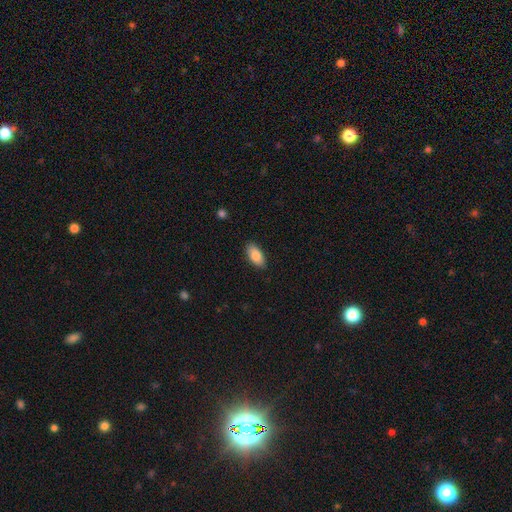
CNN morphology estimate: smooth_or_featured: smooth (p=0.84) [alt: featured or disk p=0.09]
how_rounded: in between (p=0.91) [alt: cigar-shaped p=0.06]
merging: none (p=0.87) [alt: minor disturbance p=0.10]